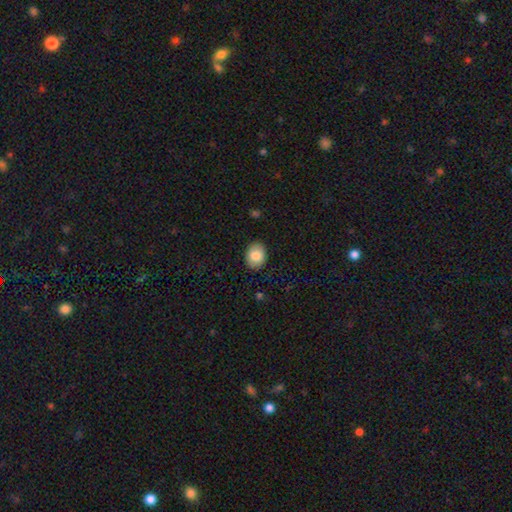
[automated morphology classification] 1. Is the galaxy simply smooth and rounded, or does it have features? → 83% smooth, 10% featured or disk, 7% star or artifact.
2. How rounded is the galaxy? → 62% in between, 37% round, 1% cigar-shaped.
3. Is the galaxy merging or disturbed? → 88% none, 9% minor disturbance, 2% major disturbance, 1% merger.